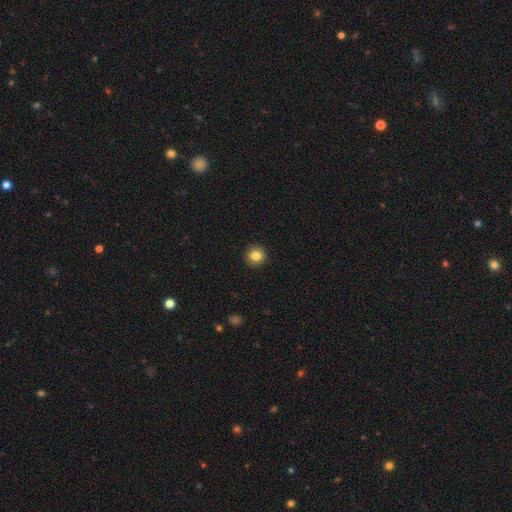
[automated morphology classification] type=smooth (84%); roundness=round (93%); merging=none (93%).